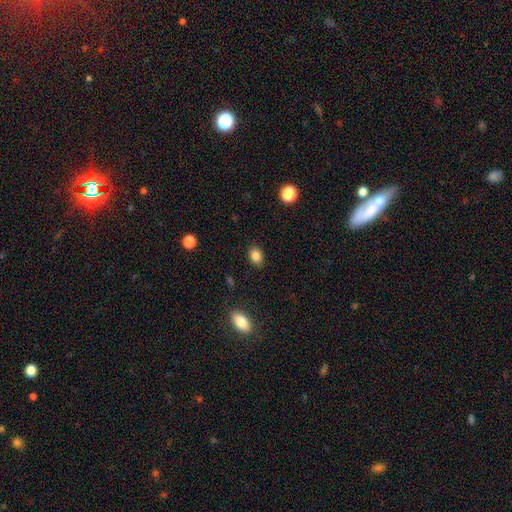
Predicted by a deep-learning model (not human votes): smooth 85%, star or artifact 10%, featured or disk 5%. Down the decision tree: how rounded — in between (62%); merging — none (87%).